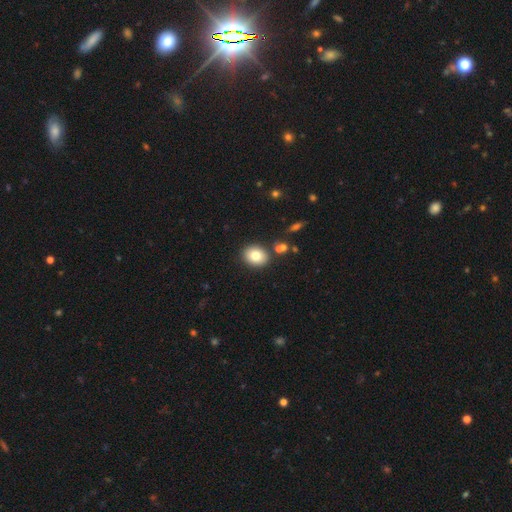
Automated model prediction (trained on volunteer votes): Smooth or featured? Predicted: smooth (p=0.81). How rounded? Predicted: in between (p=0.52). Merging? Predicted: none (p=0.85).